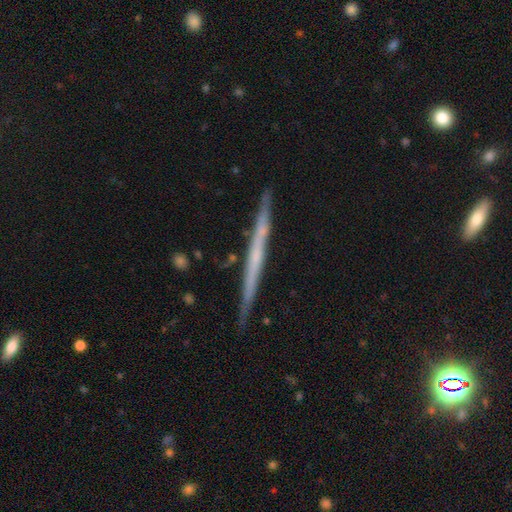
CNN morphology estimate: This appears to be a featured or disk galaxy (61%) viewed edge-on (97%) with no central bulge (87%). Merging: none (89%).